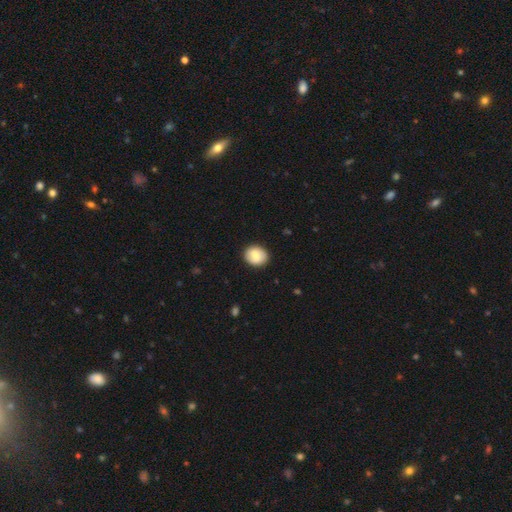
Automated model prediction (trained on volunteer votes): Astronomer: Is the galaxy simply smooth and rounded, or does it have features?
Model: smooth — 78%.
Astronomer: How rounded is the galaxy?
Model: round — 71%.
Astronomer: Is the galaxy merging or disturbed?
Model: none — 89%.